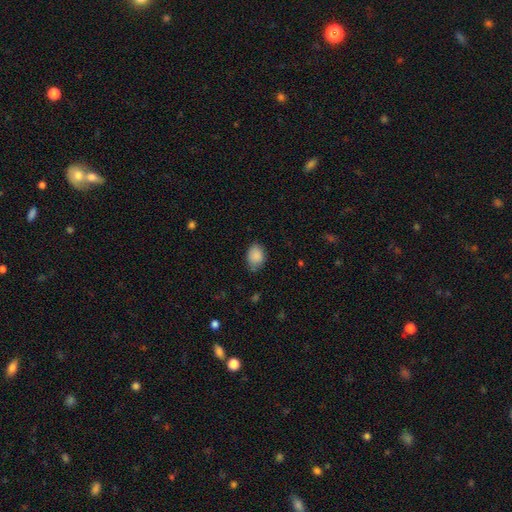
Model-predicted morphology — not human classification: type=smooth (88%); roundness=in between (72%); merging=none (67%).